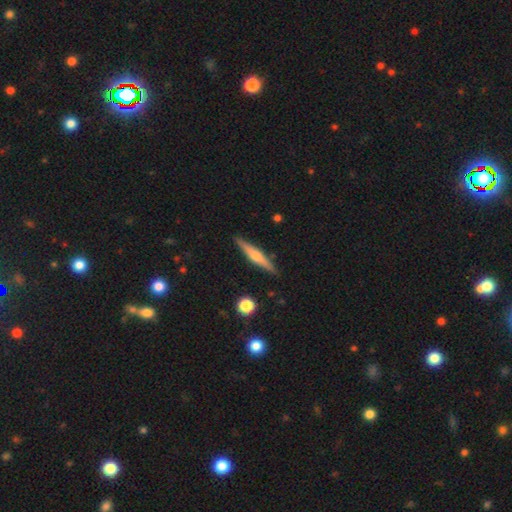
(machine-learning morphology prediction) Overall: featured or disk (61%; smooth 33%). Edge-on disk: yes (97%). Edge-on bulge: rounded (81%). Merging: none (89%).